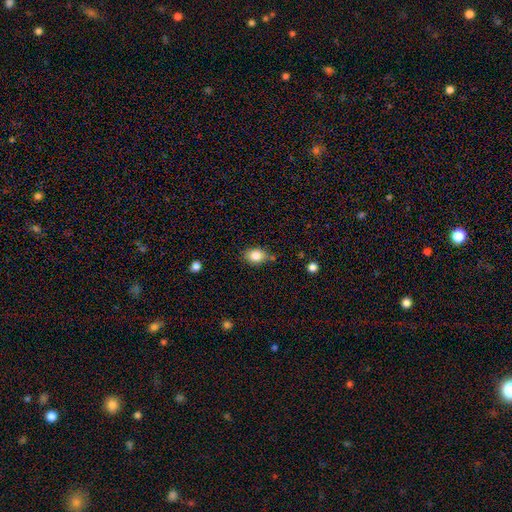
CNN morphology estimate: Smooth or featured: smooth — 83% (star or artifact — 9%)
How rounded: in between — 66% (round — 33%)
Merging: none — 74% (minor disturbance — 18%)